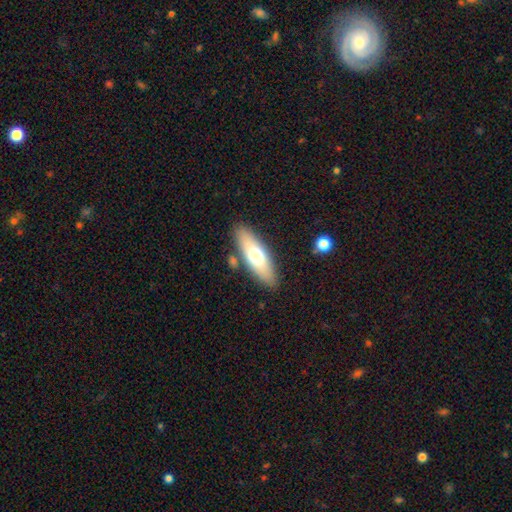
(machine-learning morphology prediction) Q: Smooth or featured?
A: smooth (62%); runner-up: featured or disk (32%)
Q: How rounded?
A: in between (54%); runner-up: cigar-shaped (44%)
Q: Merging?
A: none (84%); runner-up: minor disturbance (10%)